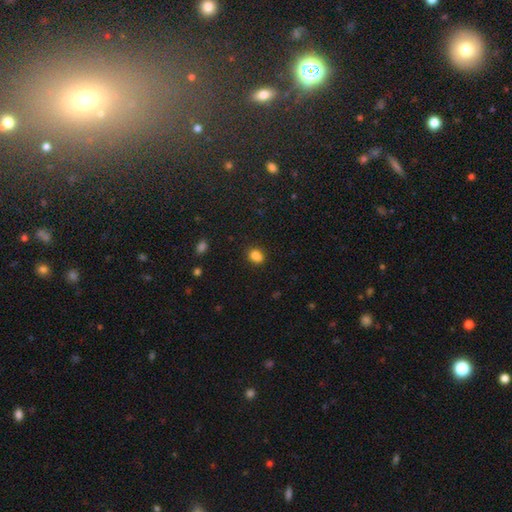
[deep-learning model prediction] This appears to be a smooth galaxy with no disk features (83%) that is in between round and cigar-shaped (54%). Merging: none (73%).